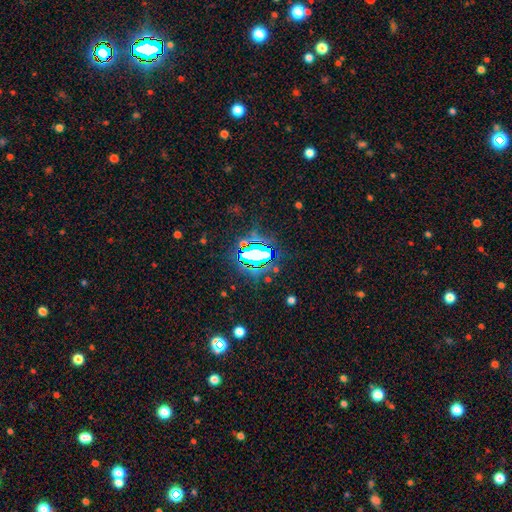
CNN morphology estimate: Smooth or featured: star or artifact — 68% (smooth — 20%)